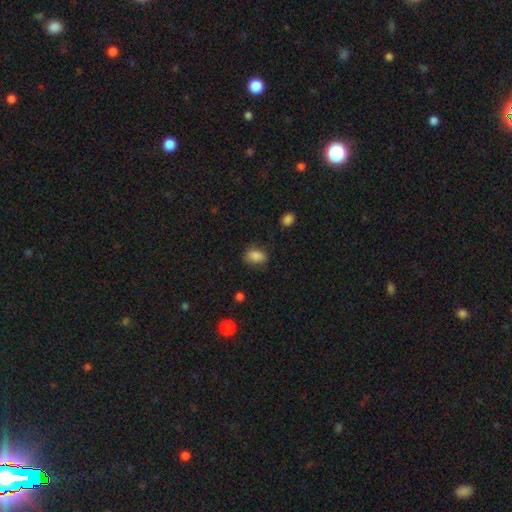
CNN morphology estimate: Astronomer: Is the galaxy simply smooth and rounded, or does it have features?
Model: smooth — 85%.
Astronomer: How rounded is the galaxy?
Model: in between — 82%.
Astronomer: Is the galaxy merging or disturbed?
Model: none — 74%.